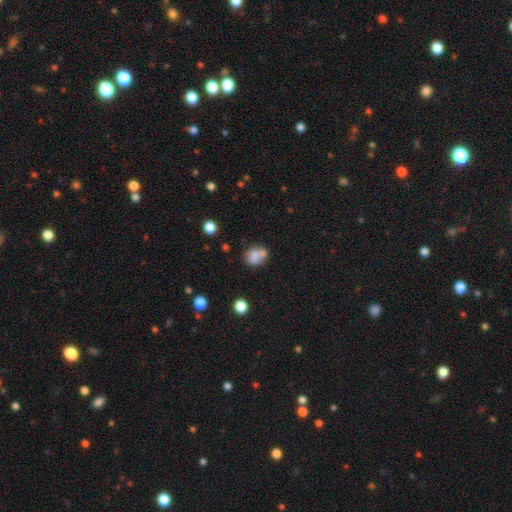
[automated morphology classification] This appears to be a smooth galaxy with no disk features (76%) that is round (56%). Merging: none (49%).